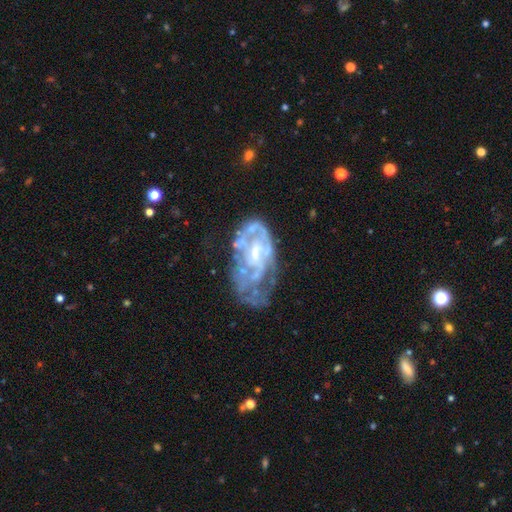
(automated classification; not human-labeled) smooth-or-featured: featured or disk: 77% | smooth: 15% | star or artifact: 8%
  disk-edge-on: no: 96% | yes: 4%
    bar: no: 65% | weak: 29% | strong: 7%
    has-spiral-arms: yes: 56% | no: 44%
    bulge-size: small: 52% | moderate: 32% | none: 13% | large: 2% | dominant: 1%
  merging: none: 40% | minor disturbance: 27% | major disturbance: 27% | merger: 6%